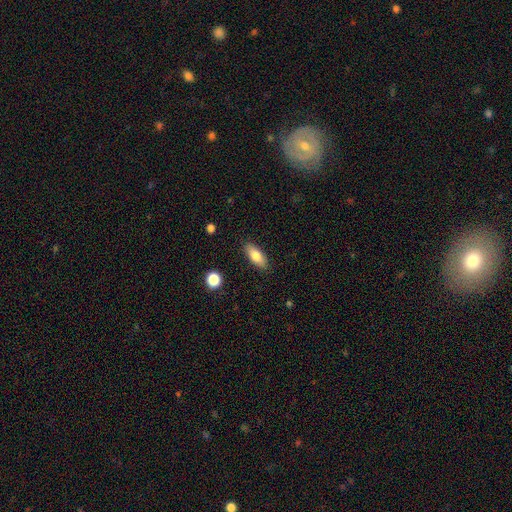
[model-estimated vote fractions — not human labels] A smooth galaxy with no disk features (79%) that is in between round and cigar-shaped (77%).

Vote fractions:
- Smooth or featured? smooth: 79% / featured or disk: 14% / star or artifact: 7%
- How rounded? in between: 77% / cigar-shaped: 20% / round: 3%
- Merging? none: 87% / minor disturbance: 9% / major disturbance: 2% / merger: 1%